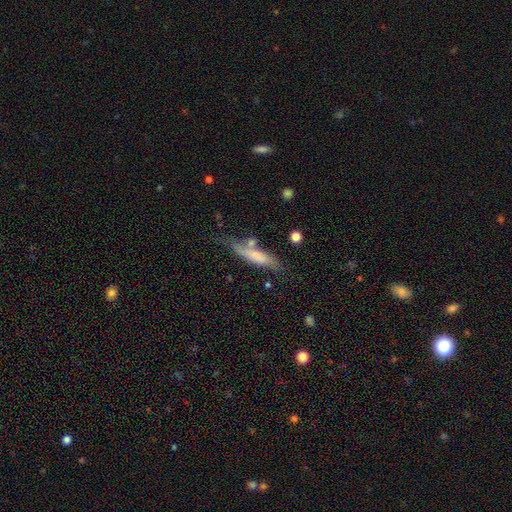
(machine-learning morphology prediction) smooth-or-featured: smooth: 60% | featured or disk: 33% | star or artifact: 7%
  how-rounded: cigar-shaped: 79% | in between: 19% | round: 2%
  merging: none: 54% | minor disturbance: 25% | merger: 12% | major disturbance: 9%